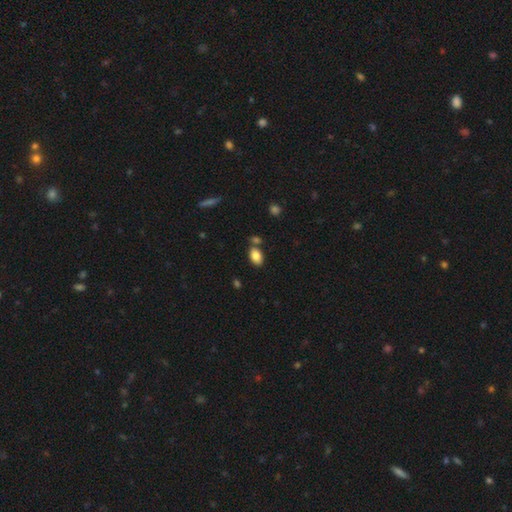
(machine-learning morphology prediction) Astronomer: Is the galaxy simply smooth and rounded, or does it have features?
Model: smooth — 84%.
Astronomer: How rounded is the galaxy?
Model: in between — 90%.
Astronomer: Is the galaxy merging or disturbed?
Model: none — 69%.